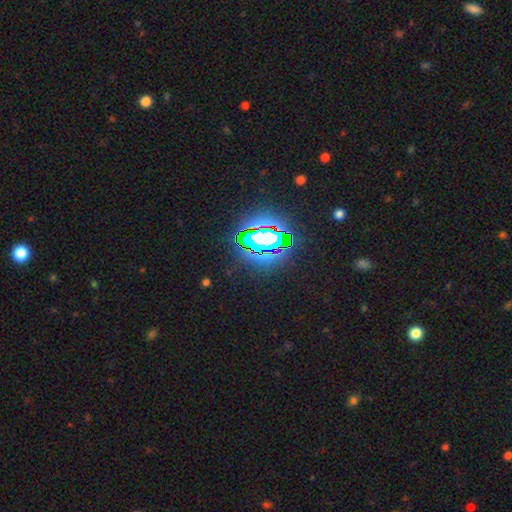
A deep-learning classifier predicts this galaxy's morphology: star or artifact 85%, smooth 9%, featured or disk 6%.